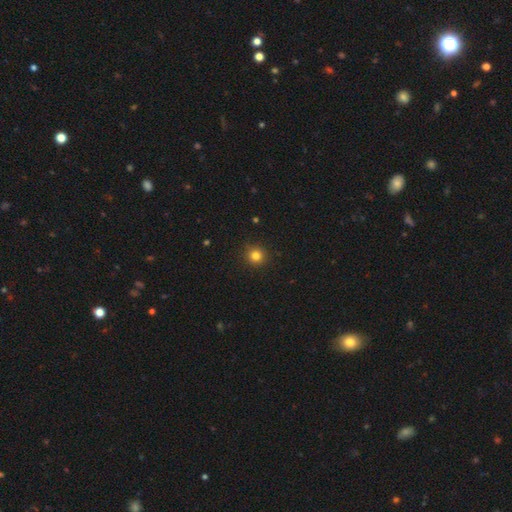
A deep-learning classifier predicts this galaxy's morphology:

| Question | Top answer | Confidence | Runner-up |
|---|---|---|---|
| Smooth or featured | smooth | 81% | star or artifact (14%) |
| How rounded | round | 94% | in between (5%) |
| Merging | none | 91% | minor disturbance (6%) |